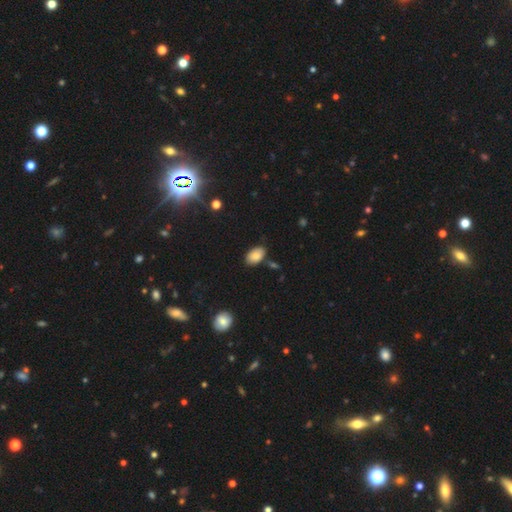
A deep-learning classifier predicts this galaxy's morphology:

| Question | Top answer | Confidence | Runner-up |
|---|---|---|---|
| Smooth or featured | smooth | 84% | star or artifact (9%) |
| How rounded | in between | 91% | round (8%) |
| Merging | none | 78% | minor disturbance (14%) |